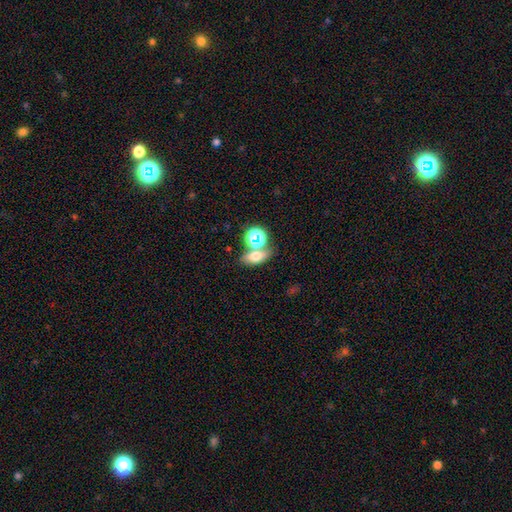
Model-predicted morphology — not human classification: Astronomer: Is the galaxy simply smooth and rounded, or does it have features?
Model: smooth — 65%.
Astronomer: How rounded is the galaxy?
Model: in between — 71%.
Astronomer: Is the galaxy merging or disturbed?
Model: none — 59%.